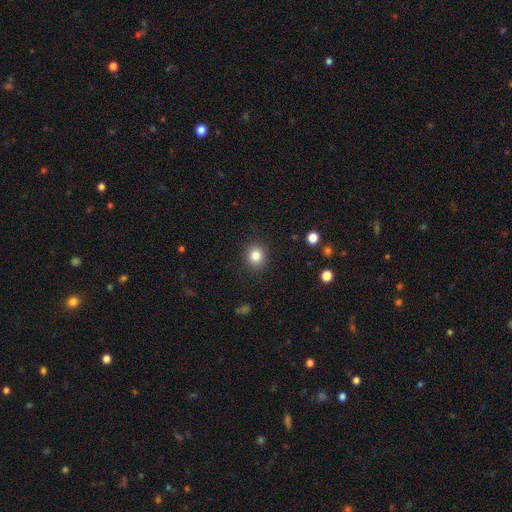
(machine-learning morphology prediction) smooth-or-featured: smooth: 84% | star or artifact: 10% | featured or disk: 6%
  how-rounded: round: 80% | in between: 19% | cigar-shaped: 1%
  merging: none: 89% | minor disturbance: 7% | major disturbance: 3% | merger: 1%